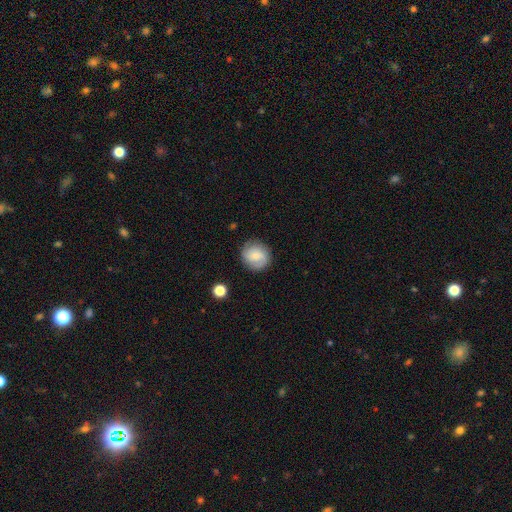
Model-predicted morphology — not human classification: Smooth or featured?
  - smooth: 59% *
  - featured or disk: 33%
  - star or artifact: 8%
How rounded?
  - round: 88% *
  - in between: 11%
  - cigar-shaped: 1%
Merging?
  - none: 83% *
  - minor disturbance: 12%
  - major disturbance: 4%
  - merger: 1%